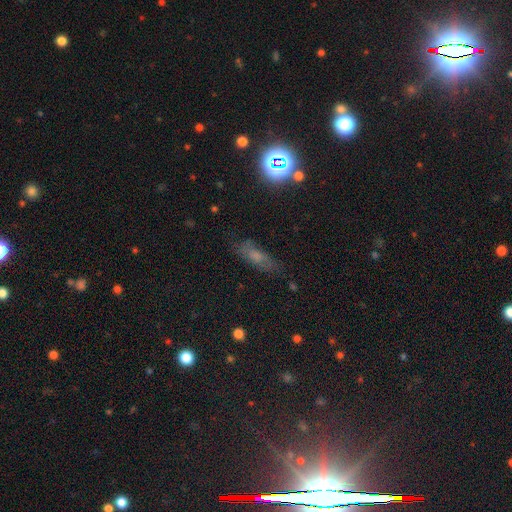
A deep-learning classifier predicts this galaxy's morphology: This appears to be a smooth galaxy with no disk features (51%) that is in between round and cigar-shaped (56%). Merging: none (68%).